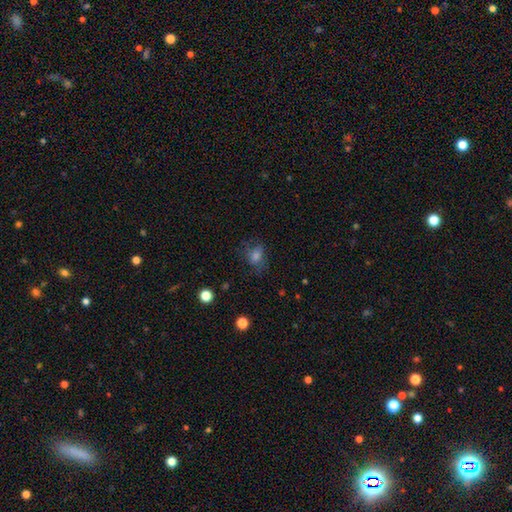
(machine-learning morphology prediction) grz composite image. It shows a smooth galaxy with no disk features (51%) that is in between round and cigar-shaped (54%). Merging: none (65%).